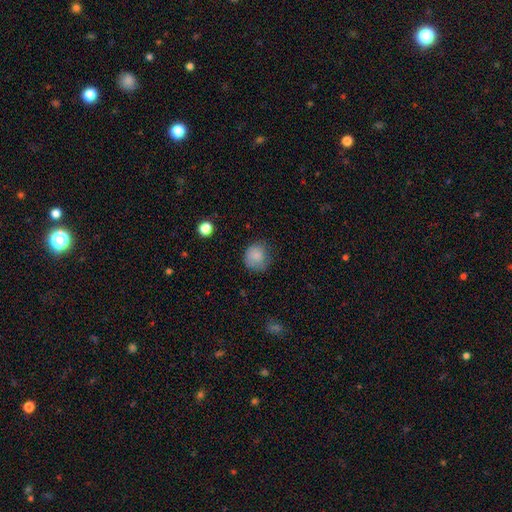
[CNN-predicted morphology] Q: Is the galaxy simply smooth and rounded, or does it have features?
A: smooth — 83%.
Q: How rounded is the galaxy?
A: round — 83%.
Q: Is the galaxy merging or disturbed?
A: none — 65%.